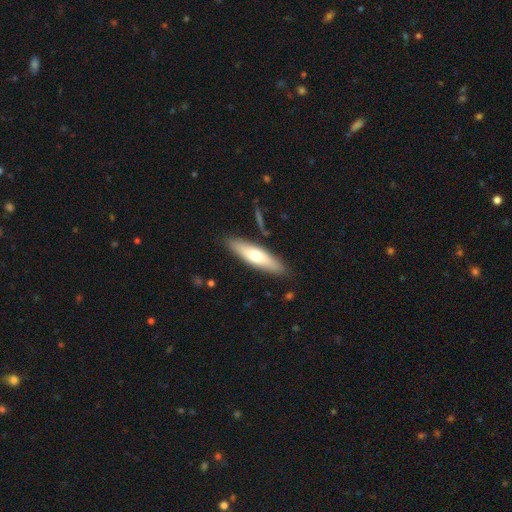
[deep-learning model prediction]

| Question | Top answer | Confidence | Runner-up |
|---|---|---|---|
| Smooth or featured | smooth | 56% | featured or disk (39%) |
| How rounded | cigar-shaped | 62% | in between (36%) |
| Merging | none | 86% | minor disturbance (10%) |